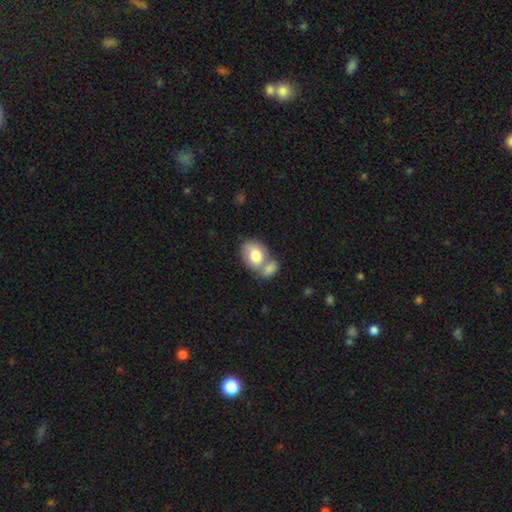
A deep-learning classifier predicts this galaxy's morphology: Overall: smooth (76%). How rounded: in between (71%). Merging: merger (54%; none 30%).